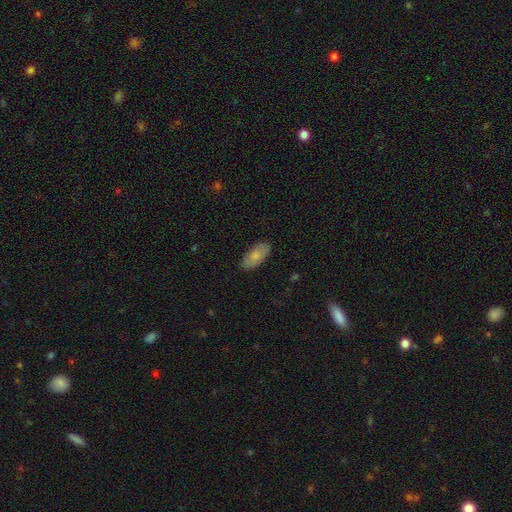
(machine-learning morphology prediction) smooth-or-featured: smooth: 82% | featured or disk: 12% | star or artifact: 6%
  how-rounded: in between: 90% | cigar-shaped: 8% | round: 2%
  merging: none: 85% | minor disturbance: 11% | major disturbance: 2% | merger: 1%